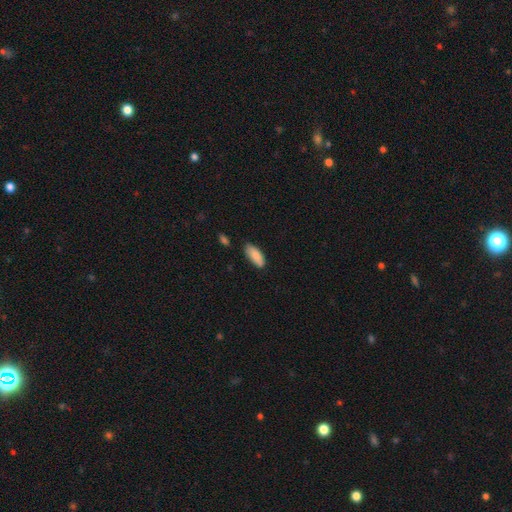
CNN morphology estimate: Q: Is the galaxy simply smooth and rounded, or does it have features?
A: smooth — 88%.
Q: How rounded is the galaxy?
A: in between — 81%.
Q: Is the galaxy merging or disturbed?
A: none — 76%.